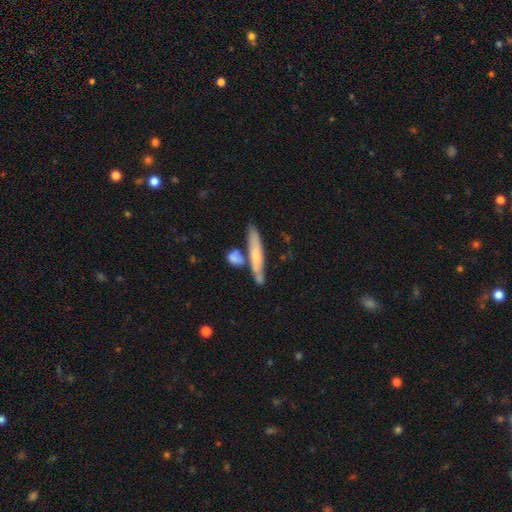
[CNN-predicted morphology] Smooth or featured? smooth (55%)
How rounded? cigar-shaped (88%)
Merging? none (66%)